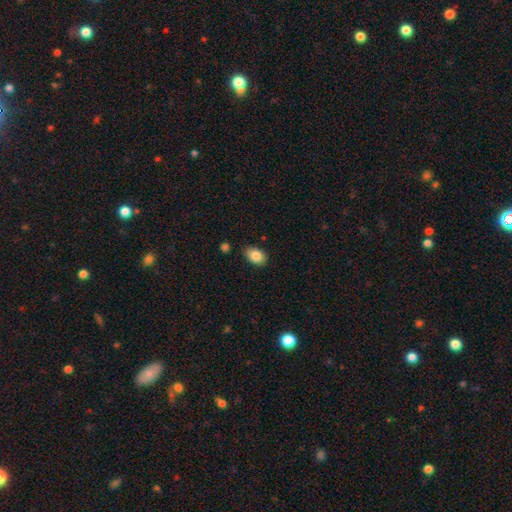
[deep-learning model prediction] This is clearly a smooth galaxy (86%). How rounded: clearly in between (86%). Merging: clearly none (84%).